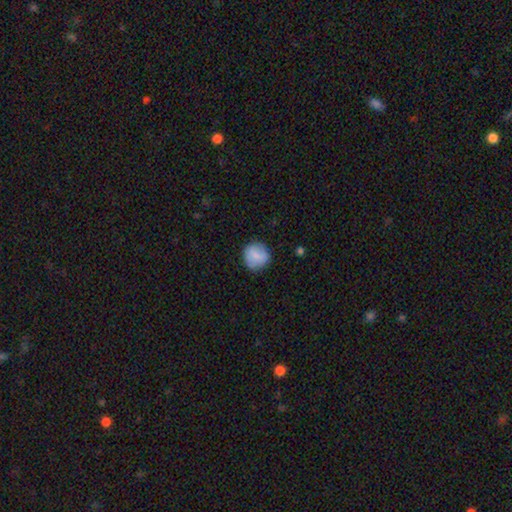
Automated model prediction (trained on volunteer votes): A smooth galaxy with no disk features (79%) that is round (90%).

Vote fractions:
- Smooth or featured? smooth: 79% / featured or disk: 14% / star or artifact: 8%
- How rounded? round: 90% / in between: 9% / cigar-shaped: 1%
- Merging? none: 81% / minor disturbance: 14% / major disturbance: 3% / merger: 1%